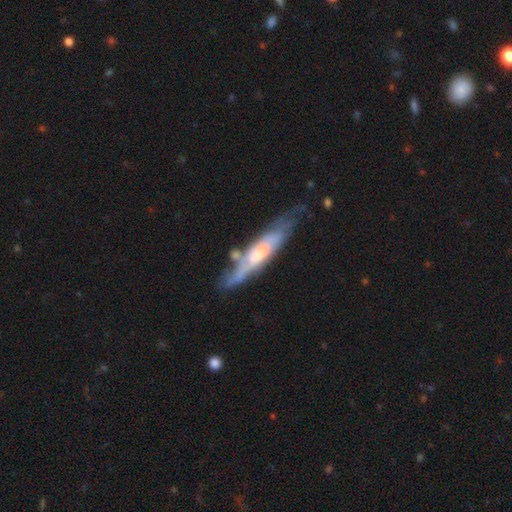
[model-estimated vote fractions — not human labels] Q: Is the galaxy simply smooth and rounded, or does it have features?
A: featured or disk — 70%.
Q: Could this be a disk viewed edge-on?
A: no — 50%, tied with yes.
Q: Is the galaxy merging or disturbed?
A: none — 51%.